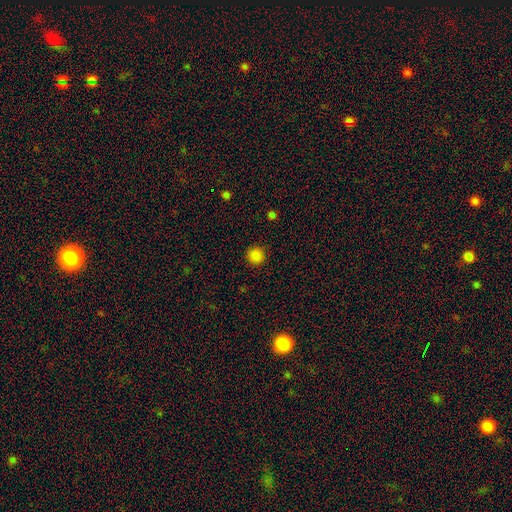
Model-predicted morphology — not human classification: Overall: smooth (86%). How rounded: round (95%). Merging: none (92%).